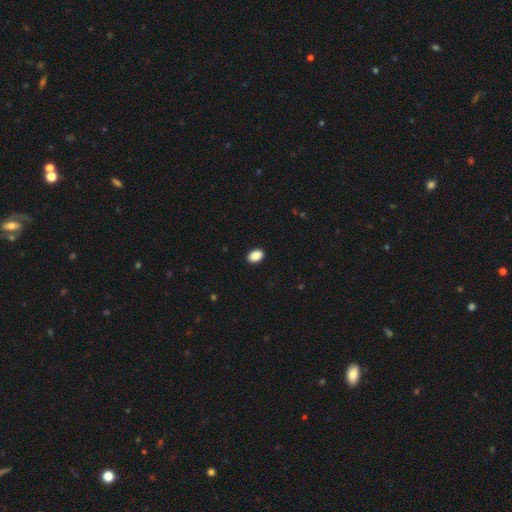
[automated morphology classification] smooth 89%, star or artifact 8%, featured or disk 3%. Down the decision tree: how rounded — in between (85%); merging — none (91%).